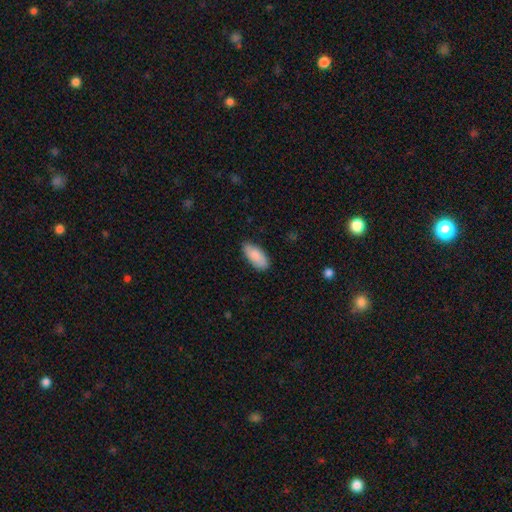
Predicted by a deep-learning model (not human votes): Smooth or featured: smooth — 87% (featured or disk — 8%)
How rounded: in between — 88% (cigar-shaped — 10%)
Merging: none — 82% (minor disturbance — 14%)